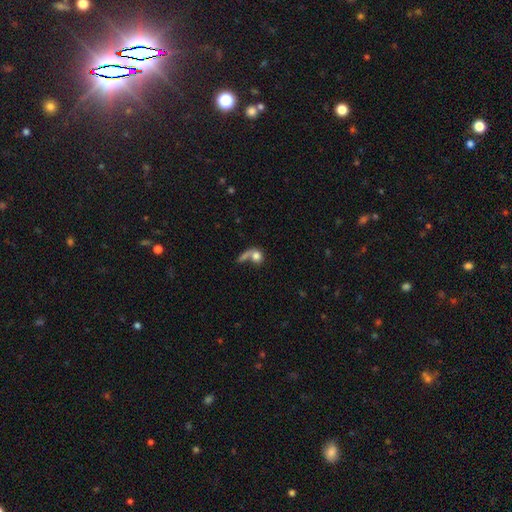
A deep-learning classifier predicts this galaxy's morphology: Q: Smooth or featured?
A: smooth (72%); runner-up: featured or disk (18%)
Q: How rounded?
A: round (63%); runner-up: in between (33%)
Q: Merging?
A: merger (39%); runner-up: none (31%)